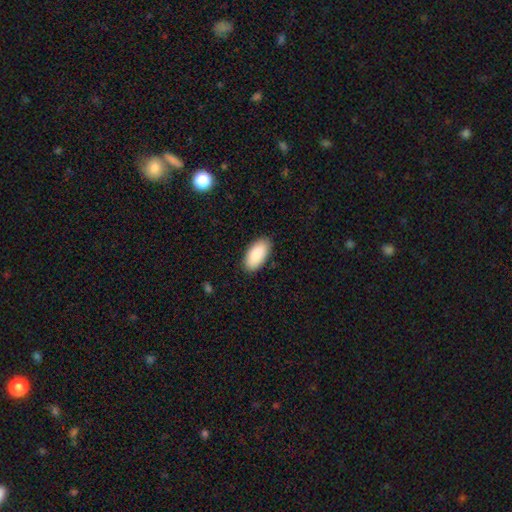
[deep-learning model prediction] Q: Smooth or featured?
A: smooth (89%); runner-up: star or artifact (6%)
Q: How rounded?
A: in between (95%); runner-up: cigar-shaped (3%)
Q: Merging?
A: none (87%); runner-up: minor disturbance (10%)